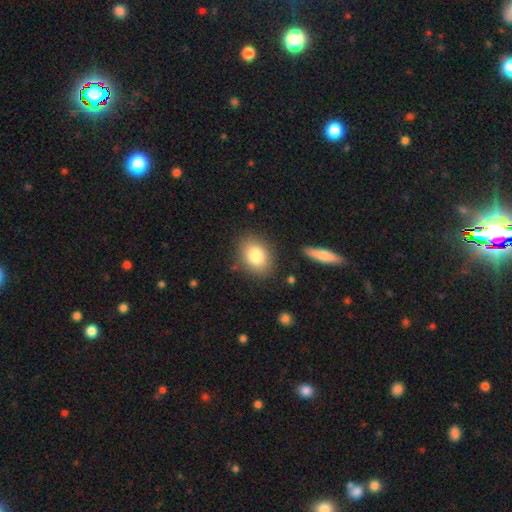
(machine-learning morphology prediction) Smooth or featured?
  - smooth: 82% *
  - featured or disk: 10%
  - star or artifact: 8%
How rounded?
  - in between: 64% *
  - round: 34%
  - cigar-shaped: 1%
Merging?
  - none: 82% *
  - minor disturbance: 11%
  - major disturbance: 4%
  - merger: 3%